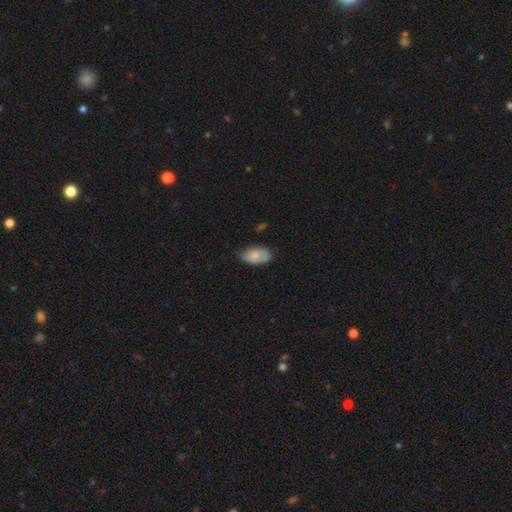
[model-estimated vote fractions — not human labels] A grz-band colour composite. It shows a smooth galaxy with no disk features (74%) that is in between round and cigar-shaped (93%). Merging: none (61%).